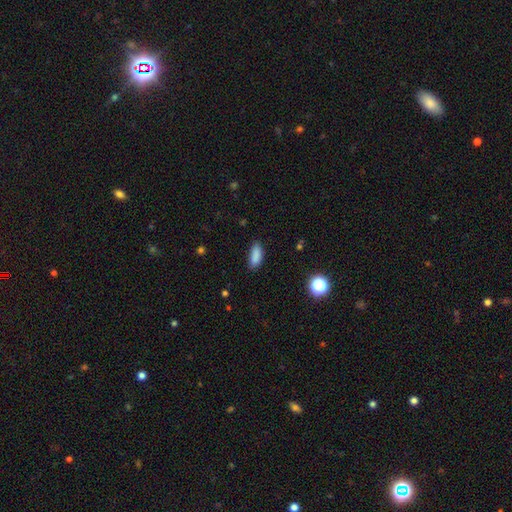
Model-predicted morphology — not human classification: Q: Smooth or featured?
A: smooth (87%); runner-up: star or artifact (9%)
Q: How rounded?
A: in between (75%); runner-up: cigar-shaped (22%)
Q: Merging?
A: none (82%); runner-up: minor disturbance (14%)